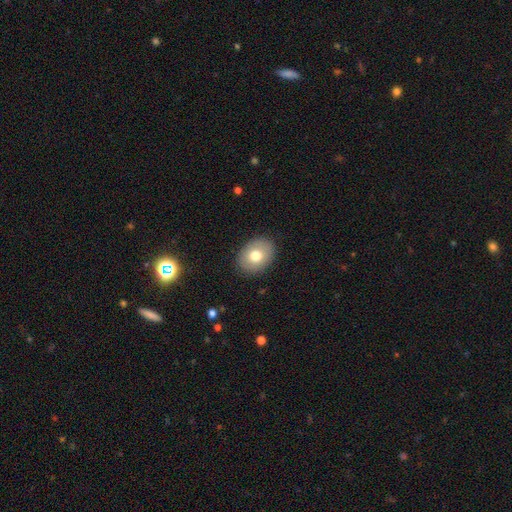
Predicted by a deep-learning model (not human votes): Smooth or featured? smooth (75%)
How rounded? in between (63%)
Merging? none (88%)